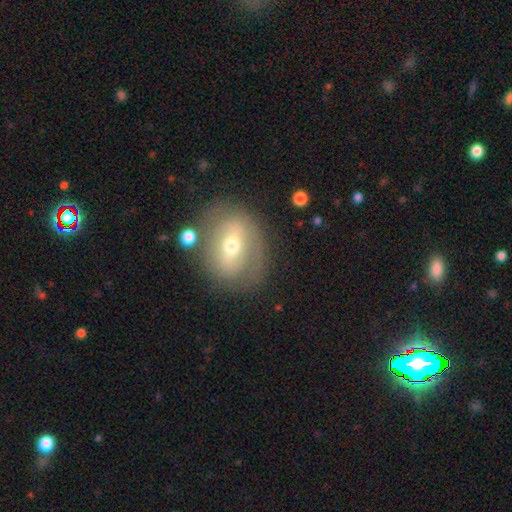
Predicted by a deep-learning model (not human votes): Smooth or featured?
  - featured or disk: 60% *
  - smooth: 28%
  - star or artifact: 12%
Edge-on disk?
  - no: 91% *
  - yes: 9%
Bar?
  - weak: 40% *
  - strong: 36%
  - no: 24%
Spiral arms?
  - yes: 53% *
  - no: 47%
Bulge size?
  - moderate: 57% *
  - small: 38%
  - large: 3%
  - dominant: 1%
  - none: 1%
Merging?
  - none: 75% *
  - minor disturbance: 15%
  - major disturbance: 7%
  - merger: 3%